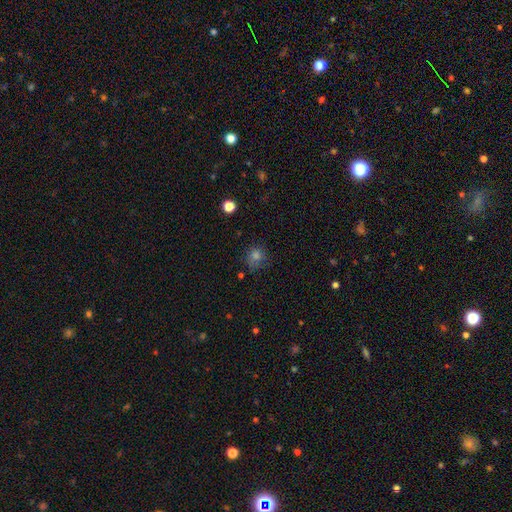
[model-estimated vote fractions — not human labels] Q: Smooth or featured?
A: smooth (70%); runner-up: star or artifact (19%)
Q: How rounded?
A: round (85%); runner-up: in between (14%)
Q: Merging?
A: none (69%); runner-up: minor disturbance (20%)